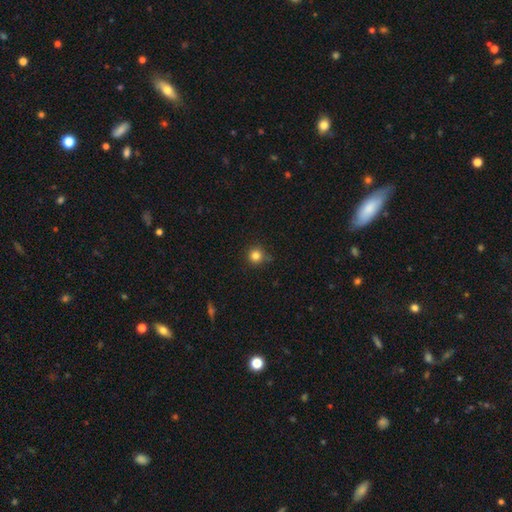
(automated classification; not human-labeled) A smooth galaxy with no disk features (82%) that is round (94%).

Vote fractions:
- Smooth or featured? smooth: 82% / star or artifact: 13% / featured or disk: 5%
- How rounded? round: 94% / in between: 5% / cigar-shaped: 1%
- Merging? none: 84% / minor disturbance: 12% / major disturbance: 2% / merger: 2%